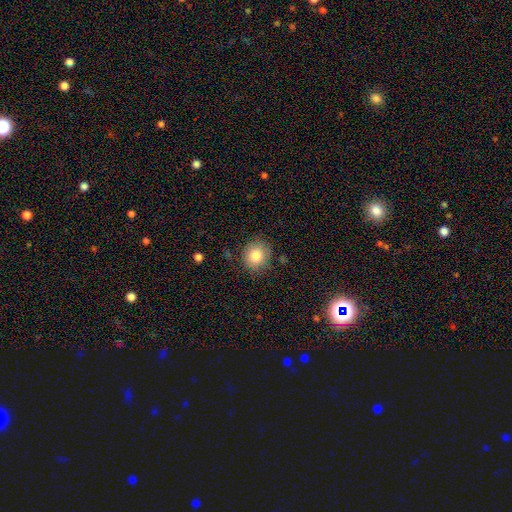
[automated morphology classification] The model was most divided on "how rounded": round: 74%, in between: 26%, cigar-shaped: 1%. More confident: smooth or featured — smooth (84%); merging — none (82%).